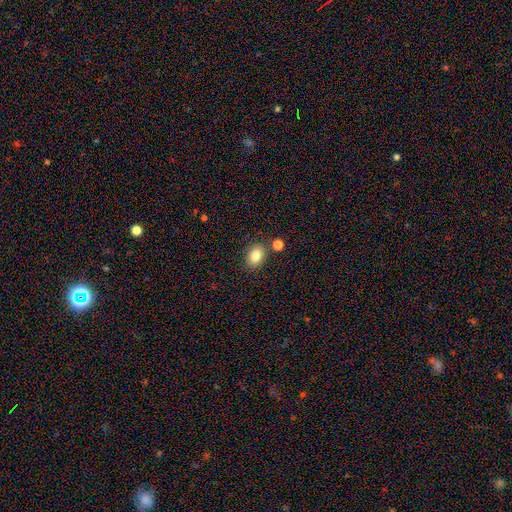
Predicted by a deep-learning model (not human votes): Overall: smooth (83%). How rounded: in between (69%; round 30%). Merging: none (79%).